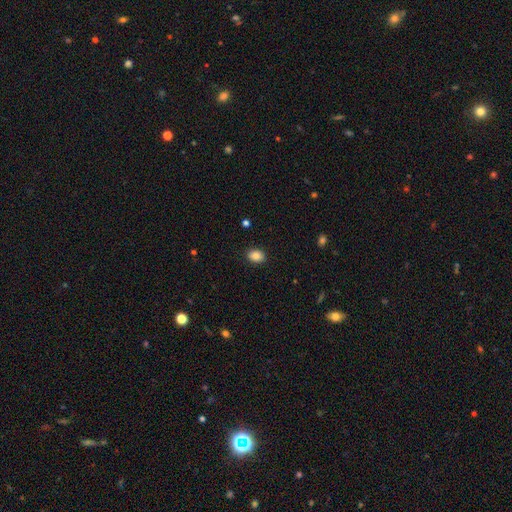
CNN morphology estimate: Smooth or featured? Predicted: smooth (p=0.86). How rounded? Predicted: in between (p=0.72). Merging? Predicted: none (p=0.89).